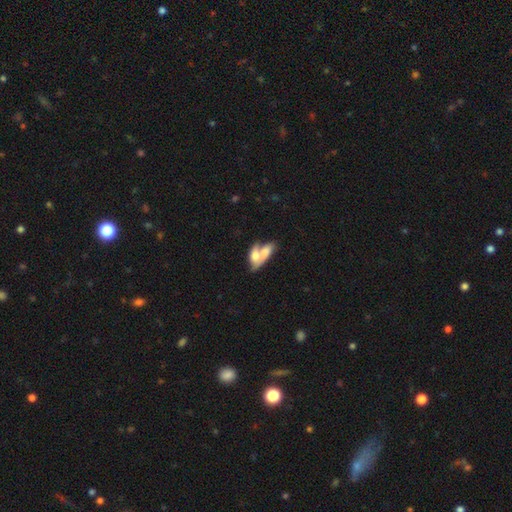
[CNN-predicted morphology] Smooth or featured? smooth (59%)
How rounded? in between (79%)
Merging? merger (71%)